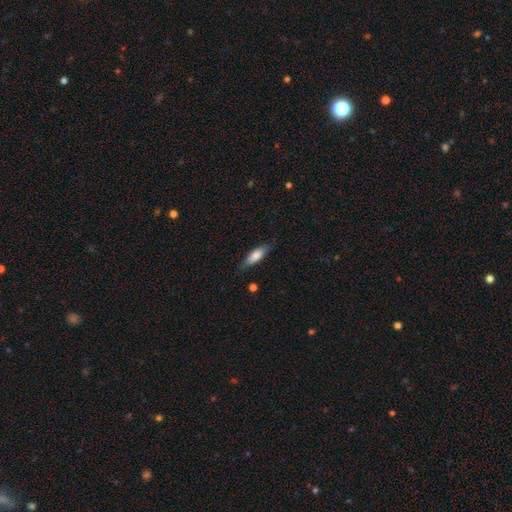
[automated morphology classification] This appears to be a smooth galaxy with no disk features (77%) that is in between round and cigar-shaped (54%). Merging: none (77%).